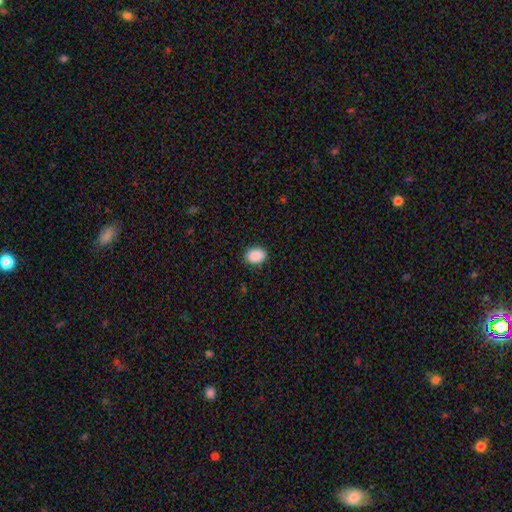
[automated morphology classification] Q: Smooth or featured?
A: smooth (90%); runner-up: star or artifact (8%)
Q: How rounded?
A: in between (67%); runner-up: round (32%)
Q: Merging?
A: none (89%); runner-up: minor disturbance (8%)